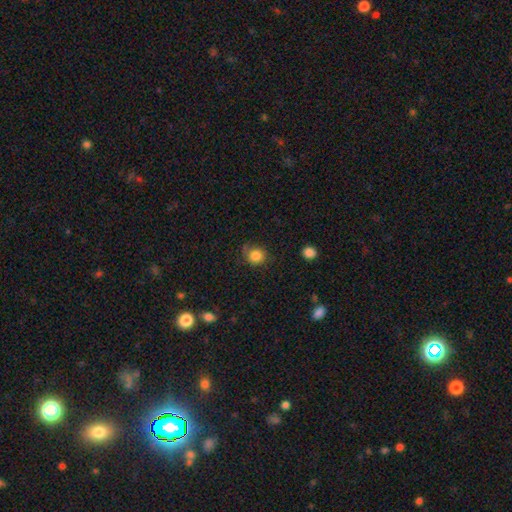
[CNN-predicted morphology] This is clearly a smooth galaxy (84%). How rounded: clearly round (85%). Merging: likely none (73%).